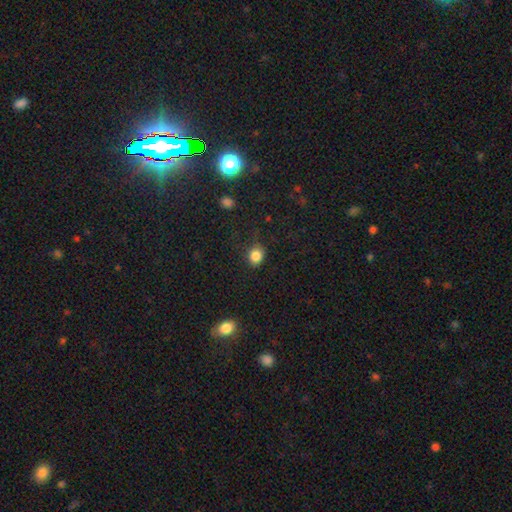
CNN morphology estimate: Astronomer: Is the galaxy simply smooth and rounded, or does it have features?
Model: smooth — 84%.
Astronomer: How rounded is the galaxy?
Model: round — 70%.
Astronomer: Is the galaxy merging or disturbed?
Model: none — 76%.